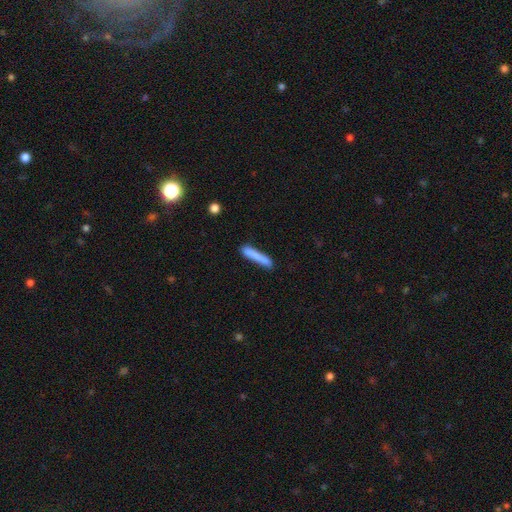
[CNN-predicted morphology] Smooth or featured: smooth — 78% (featured or disk — 15%)
How rounded: cigar-shaped — 93% (in between — 6%)
Merging: none — 70% (minor disturbance — 18%)